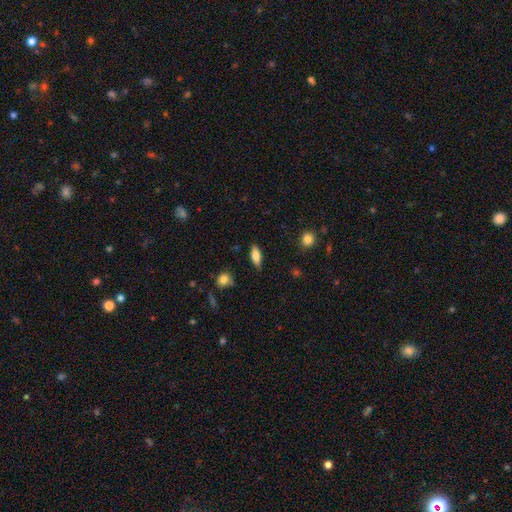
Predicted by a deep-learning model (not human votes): Q: Smooth or featured?
A: smooth (73%); runner-up: featured or disk (20%)
Q: How rounded?
A: in between (74%); runner-up: cigar-shaped (23%)
Q: Merging?
A: none (84%); runner-up: minor disturbance (11%)